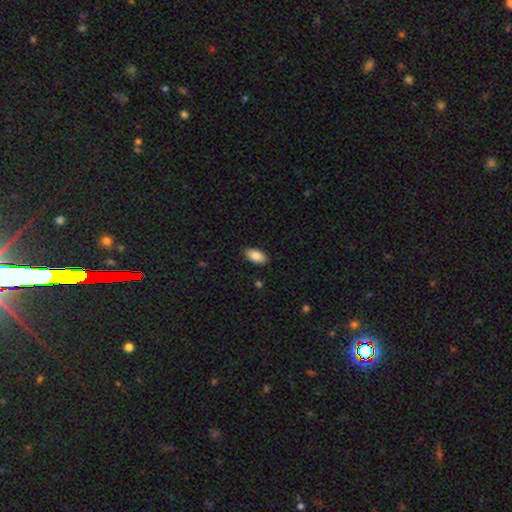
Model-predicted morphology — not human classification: A smooth galaxy with no disk features (88%) that is in between round and cigar-shaped (94%). Merging: none (88%).